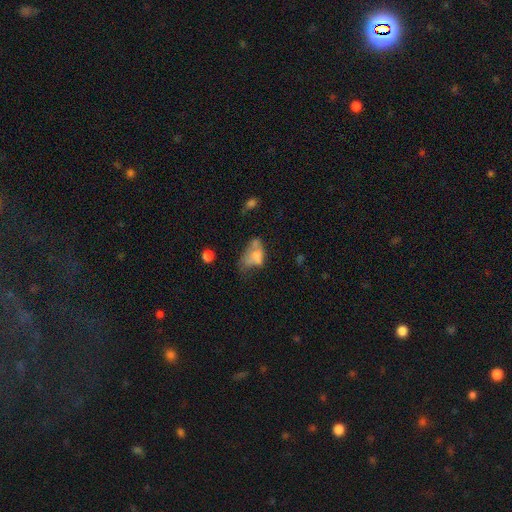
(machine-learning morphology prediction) Q: Smooth or featured?
A: smooth (56%); runner-up: featured or disk (32%)
Q: How rounded?
A: in between (84%); runner-up: round (13%)
Q: Merging?
A: major disturbance (31%); runner-up: merger (28%)